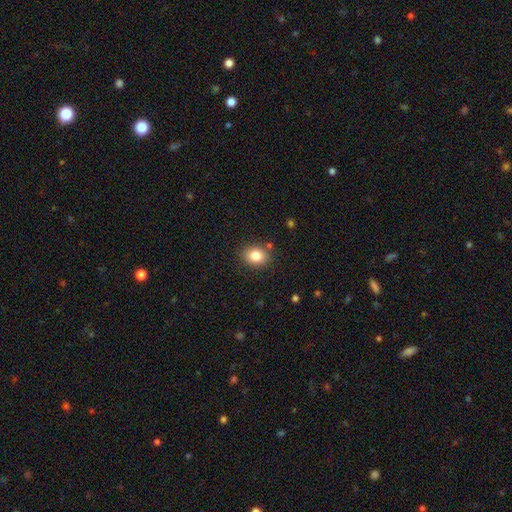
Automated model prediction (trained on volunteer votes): Smooth or featured: smooth — 82% (star or artifact — 10%)
How rounded: in between — 50% (round — 49%)
Merging: none — 85% (minor disturbance — 10%)